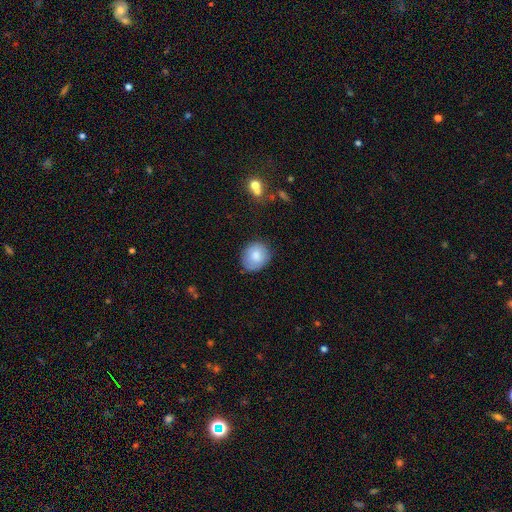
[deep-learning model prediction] Q: Smooth or featured?
A: smooth (81%); runner-up: featured or disk (12%)
Q: How rounded?
A: round (75%); runner-up: in between (24%)
Q: Merging?
A: none (80%); runner-up: minor disturbance (16%)